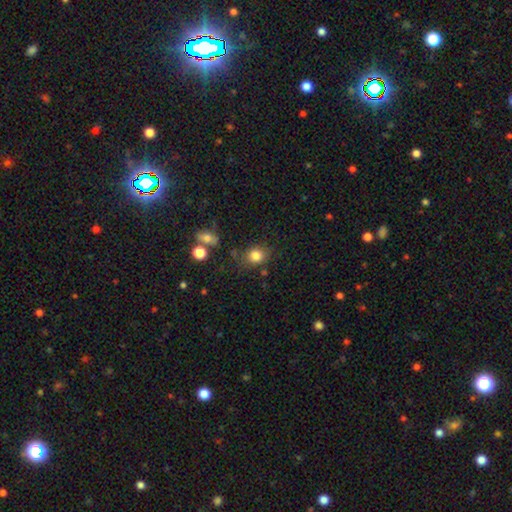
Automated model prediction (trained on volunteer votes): smooth_or_featured: smooth (p=0.82) [alt: star or artifact p=0.11]
how_rounded: round (p=0.62) [alt: in between p=0.37]
merging: none (p=0.74) [alt: minor disturbance p=0.16]